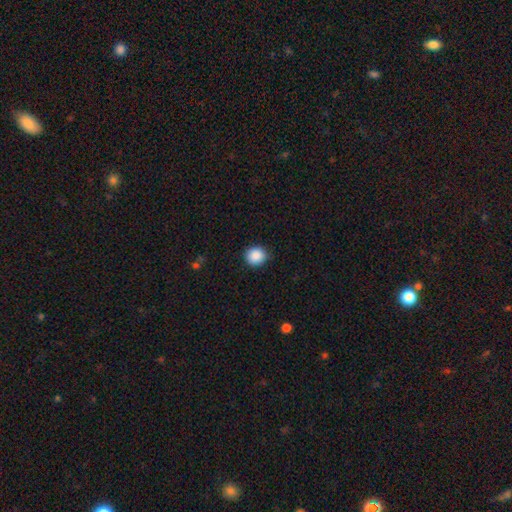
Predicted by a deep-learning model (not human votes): Morphology: type=smooth (89%); roundness=round (87%); merging=none (89%).